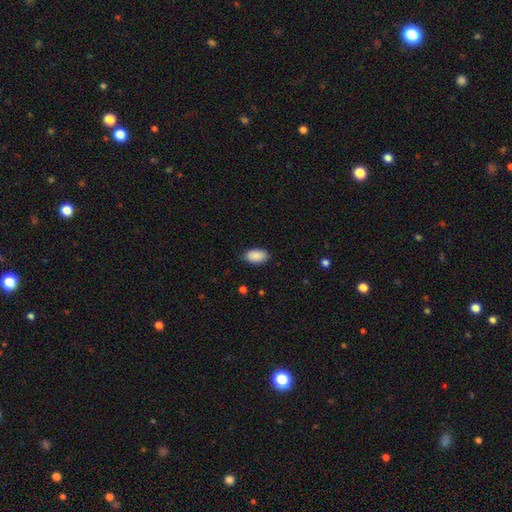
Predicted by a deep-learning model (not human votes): smooth-or-featured: smooth: 89% | star or artifact: 7% | featured or disk: 4%
  how-rounded: in between: 94% | round: 4% | cigar-shaped: 2%
  merging: none: 85% | minor disturbance: 12% | major disturbance: 2% | merger: 1%